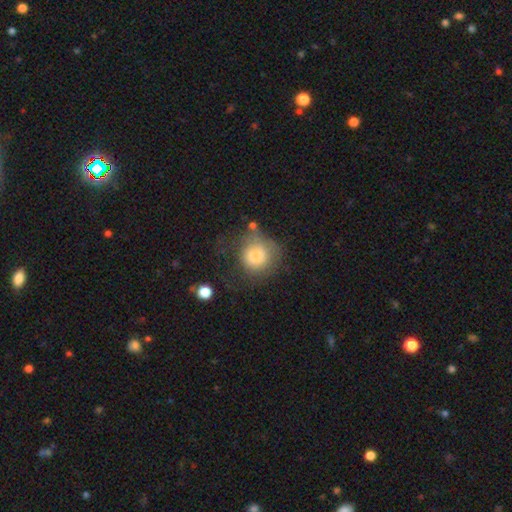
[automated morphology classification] The model was most divided on "merging": none: 41%, major disturbance: 27%, minor disturbance: 27%, merger: 6%. More confident: how rounded — round (82%); smooth or featured — smooth (76%).